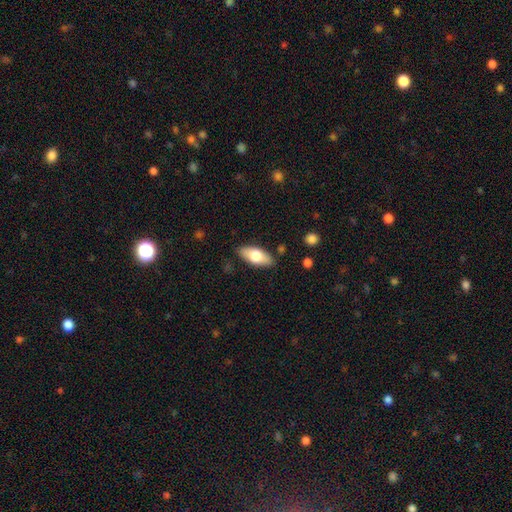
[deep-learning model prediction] Smooth or featured?
  - smooth: 68% *
  - featured or disk: 26%
  - star or artifact: 6%
How rounded?
  - in between: 85% *
  - cigar-shaped: 12%
  - round: 2%
Merging?
  - none: 85% *
  - minor disturbance: 11%
  - major disturbance: 2%
  - merger: 2%